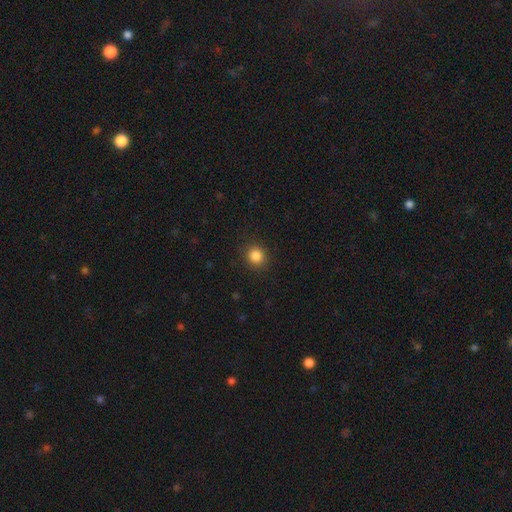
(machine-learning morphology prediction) smooth-or-featured: smooth: 85% | star or artifact: 11% | featured or disk: 4%
  how-rounded: round: 89% | in between: 10% | cigar-shaped: 1%
  merging: none: 90% | minor disturbance: 7% | major disturbance: 3% | merger: 1%